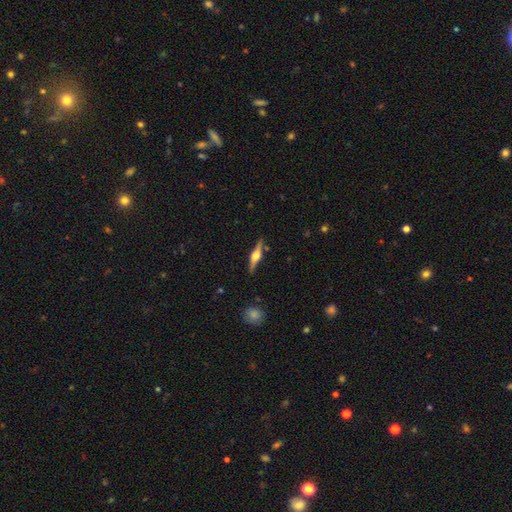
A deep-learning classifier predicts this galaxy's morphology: smooth-or-featured: featured or disk: 75% | smooth: 20% | star or artifact: 5%
  disk-edge-on: yes: 98% | no: 2%
    edge-on-bulge: rounded: 92% | boxy: 6% | none: 2%
  merging: none: 88% | minor disturbance: 9% | major disturbance: 2% | merger: 2%